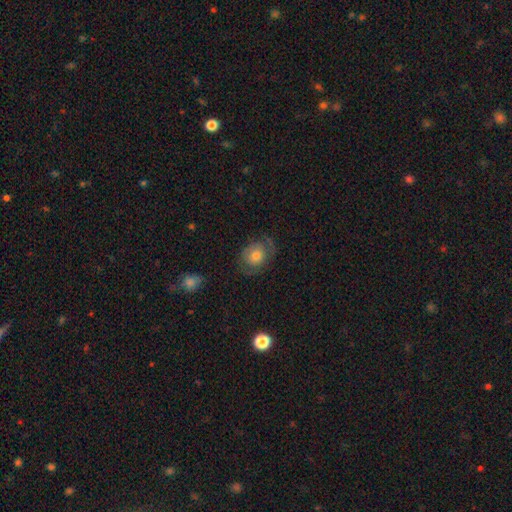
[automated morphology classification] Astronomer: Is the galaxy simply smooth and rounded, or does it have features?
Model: smooth — 58%.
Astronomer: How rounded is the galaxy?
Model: round — 57% (runner-up: in between, 42%).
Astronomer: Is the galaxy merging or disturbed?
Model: none — 64%.